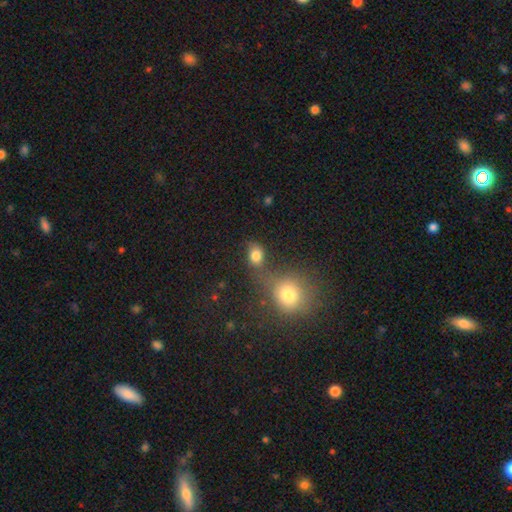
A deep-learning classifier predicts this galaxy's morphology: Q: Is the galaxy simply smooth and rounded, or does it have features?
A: smooth — 79%.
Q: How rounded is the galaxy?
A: in between — 53%.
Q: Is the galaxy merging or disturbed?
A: none — 50%.